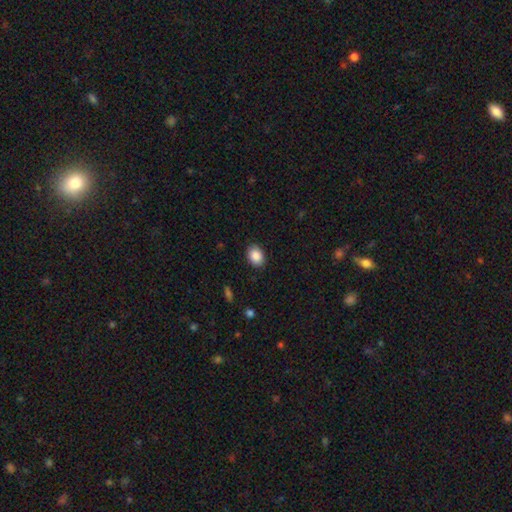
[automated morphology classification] Overall: smooth (88%). How rounded: in between (71%). Merging: none (88%).